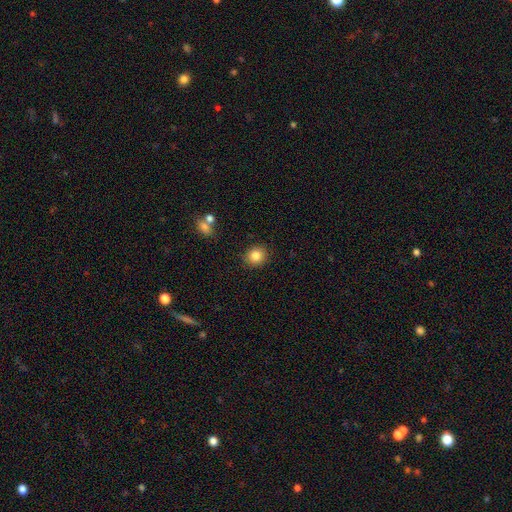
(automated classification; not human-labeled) Q: Smooth or featured?
A: smooth (85%); runner-up: star or artifact (10%)
Q: How rounded?
A: round (83%); runner-up: in between (16%)
Q: Merging?
A: none (88%); runner-up: minor disturbance (8%)